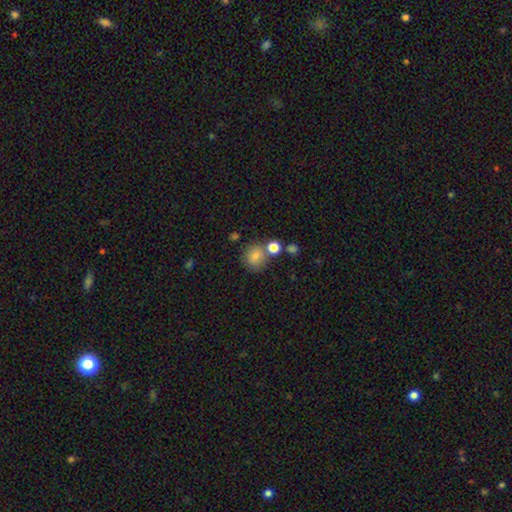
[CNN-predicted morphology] smooth_or_featured: smooth (p=0.80) [alt: star or artifact p=0.11]
how_rounded: round (p=0.85) [alt: in between p=0.14]
merging: none (p=0.65) [alt: merger p=0.19]